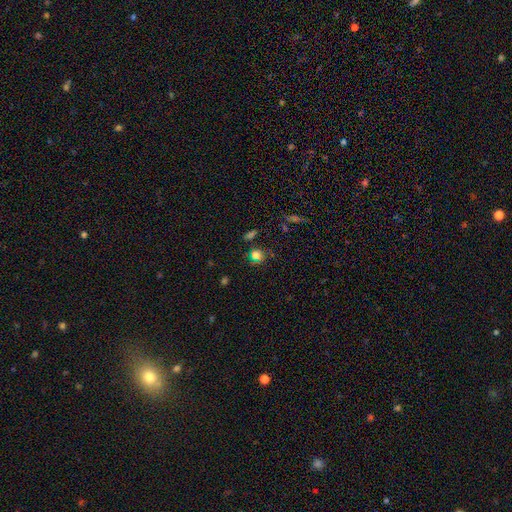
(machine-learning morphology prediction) Q: Smooth or featured?
A: smooth (63%); runner-up: star or artifact (27%)
Q: How rounded?
A: round (74%); runner-up: in between (24%)
Q: Merging?
A: none (72%); runner-up: minor disturbance (15%)